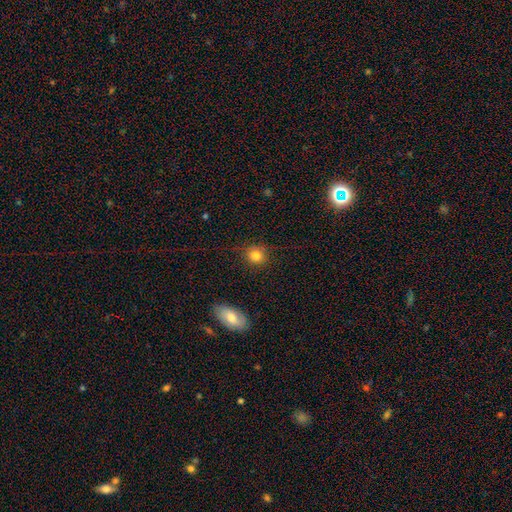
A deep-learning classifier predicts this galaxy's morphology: Smooth or featured? Predicted: smooth (p=0.83). How rounded? Predicted: round (p=0.84). Merging? Predicted: none (p=0.84).